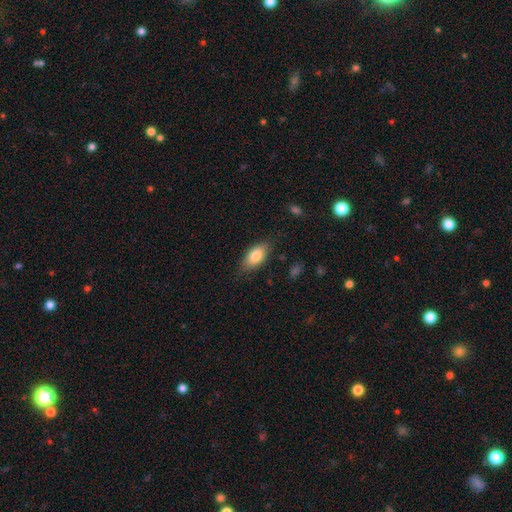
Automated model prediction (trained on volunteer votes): smooth 81%, featured or disk 13%, star or artifact 7%. Down the decision tree: how rounded — in between (88%); merging — none (78%).